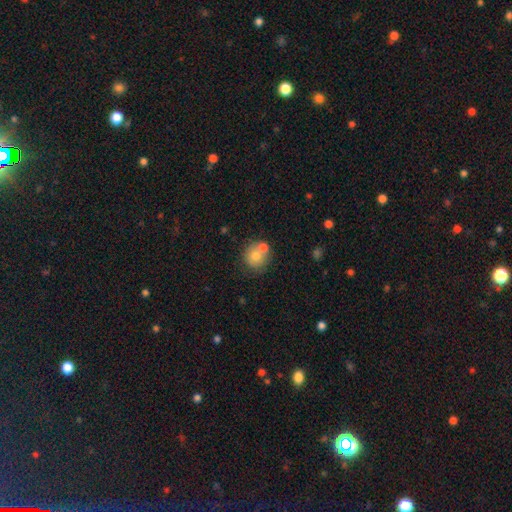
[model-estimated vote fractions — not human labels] The model was most divided on "merging": none: 52%, merger: 33%, minor disturbance: 11%, major disturbance: 4%. More confident: how rounded — round (86%); smooth or featured — smooth (73%).